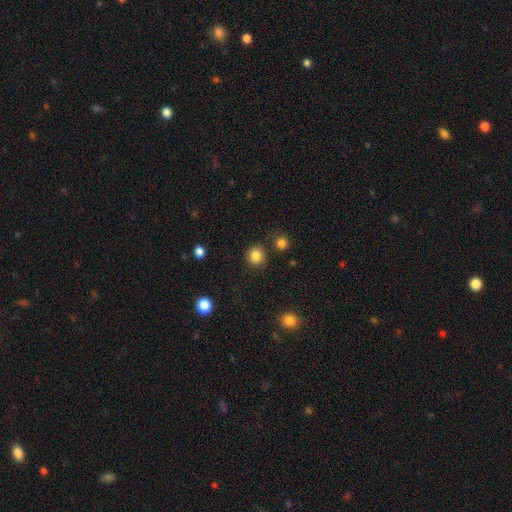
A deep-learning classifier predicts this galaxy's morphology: Smooth or featured? Predicted: smooth (p=0.84). How rounded? Predicted: round (p=0.90). Merging? Predicted: none (p=0.87).